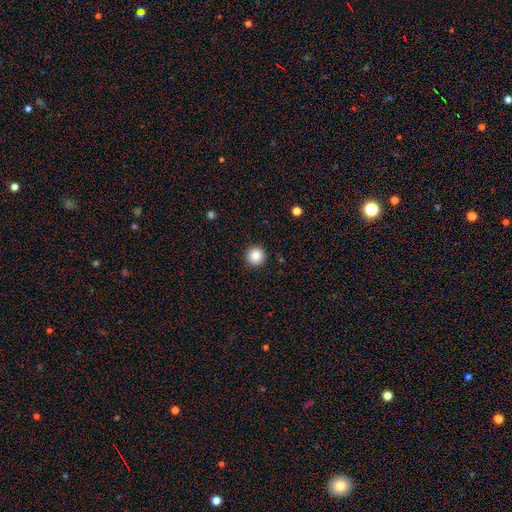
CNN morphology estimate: A smooth galaxy with no disk features (86%) that is round (96%).

Vote fractions:
- Smooth or featured? smooth: 86% / star or artifact: 10% / featured or disk: 4%
- How rounded? round: 96% / in between: 3% / cigar-shaped: 1%
- Merging? none: 93% / minor disturbance: 4% / major disturbance: 2% / merger: 1%